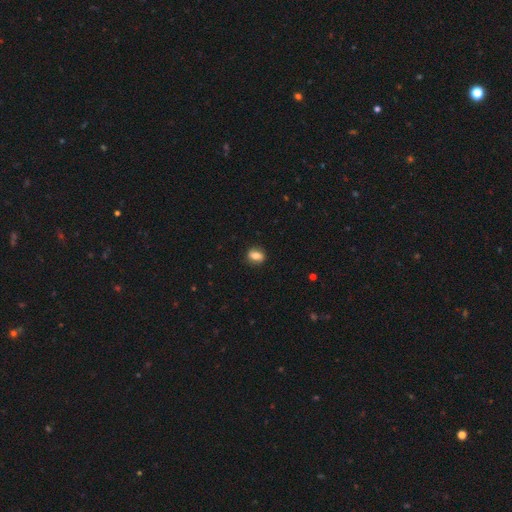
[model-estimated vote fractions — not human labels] Morphology: type=smooth (76%); roundness=in between (67%); merging=none (86%).